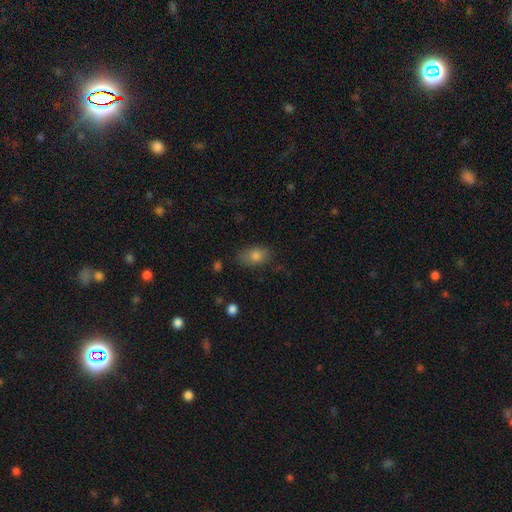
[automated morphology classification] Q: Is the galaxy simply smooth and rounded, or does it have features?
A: smooth — 78%.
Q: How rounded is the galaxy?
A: in between — 85%.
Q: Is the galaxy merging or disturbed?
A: none — 78%.